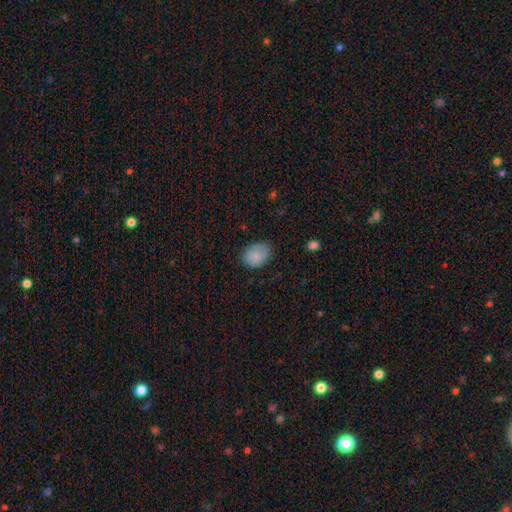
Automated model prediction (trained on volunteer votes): smooth-or-featured: smooth: 81% | featured or disk: 11% | star or artifact: 8%
  how-rounded: in between: 69% | round: 30% | cigar-shaped: 1%
  merging: none: 72% | minor disturbance: 22% | major disturbance: 5% | merger: 1%